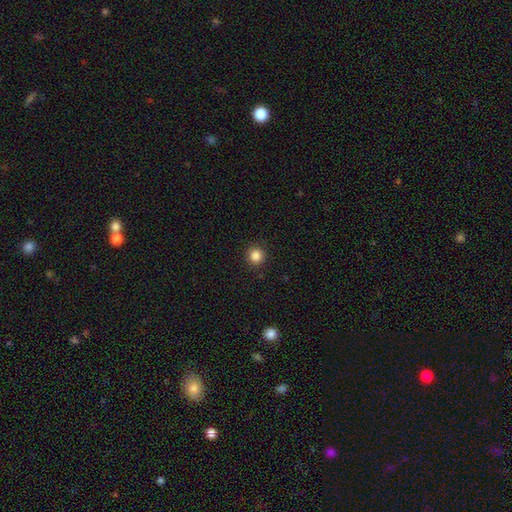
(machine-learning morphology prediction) smooth_or_featured: smooth (p=0.84) [alt: star or artifact p=0.12]
how_rounded: round (p=0.95) [alt: in between p=0.04]
merging: none (p=0.92) [alt: minor disturbance p=0.05]